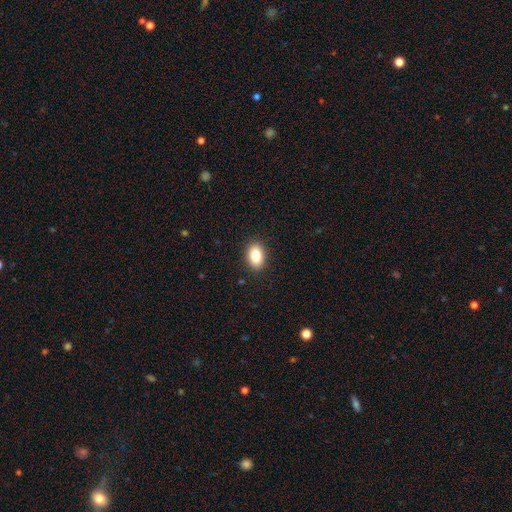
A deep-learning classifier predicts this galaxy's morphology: Smooth or featured? smooth (88%)
How rounded? in between (88%)
Merging? none (89%)